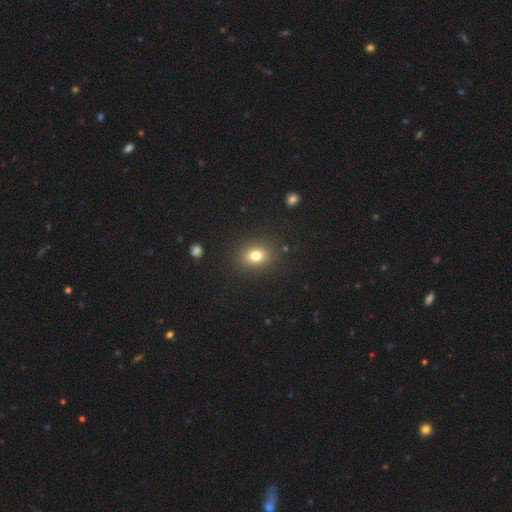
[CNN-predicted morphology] Overall: smooth (77%). How rounded: in between (50%; round 49%). Merging: none (87%).